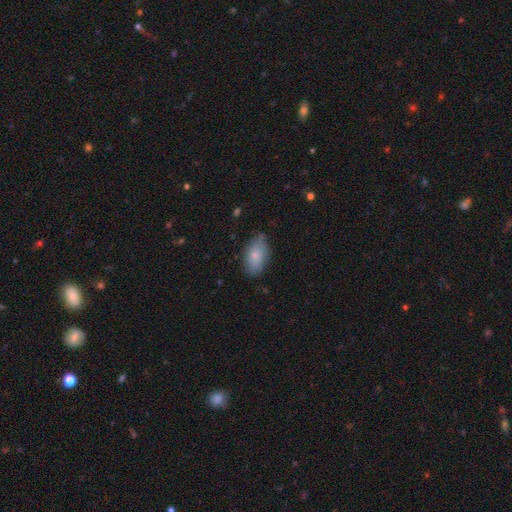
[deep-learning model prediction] Q: Smooth or featured?
A: smooth (79%); runner-up: featured or disk (14%)
Q: How rounded?
A: in between (92%); runner-up: round (5%)
Q: Merging?
A: none (72%); runner-up: minor disturbance (22%)